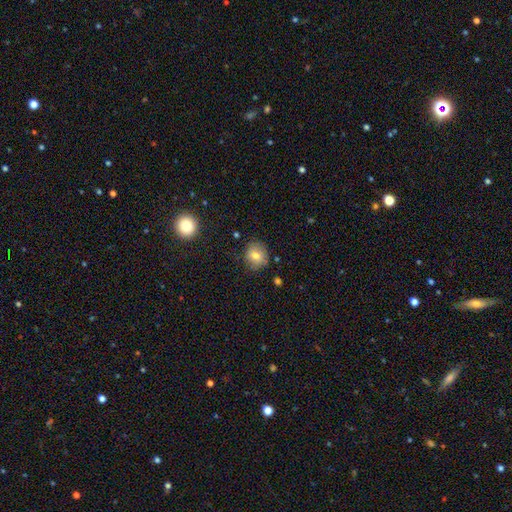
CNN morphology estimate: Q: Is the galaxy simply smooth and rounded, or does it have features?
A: smooth — 75%.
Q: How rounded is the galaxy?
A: round — 78%.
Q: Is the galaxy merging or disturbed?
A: none — 82%.